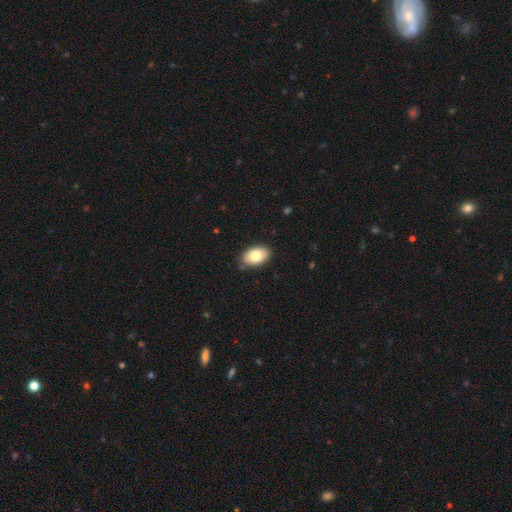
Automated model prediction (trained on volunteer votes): A smooth galaxy with no disk features (79%) that is in between round and cigar-shaped (91%). Merging: none (83%).